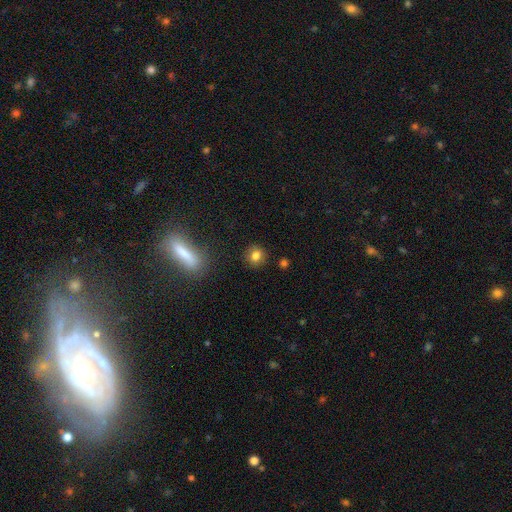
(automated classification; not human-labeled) A smooth galaxy with no disk features (81%) that is round (87%). Merging: none (88%).